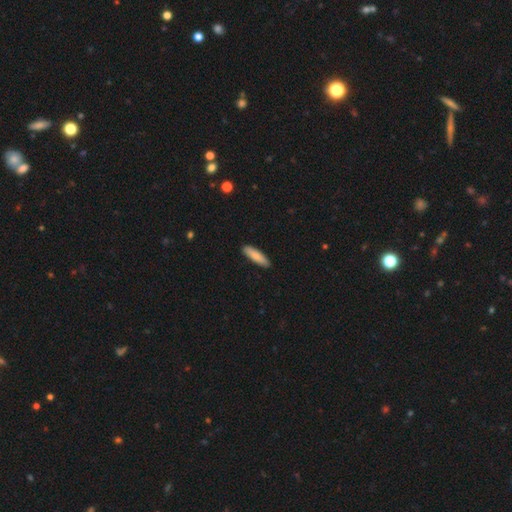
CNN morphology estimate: Smooth or featured? smooth (82%)
How rounded? cigar-shaped (69%)
Merging? none (91%)